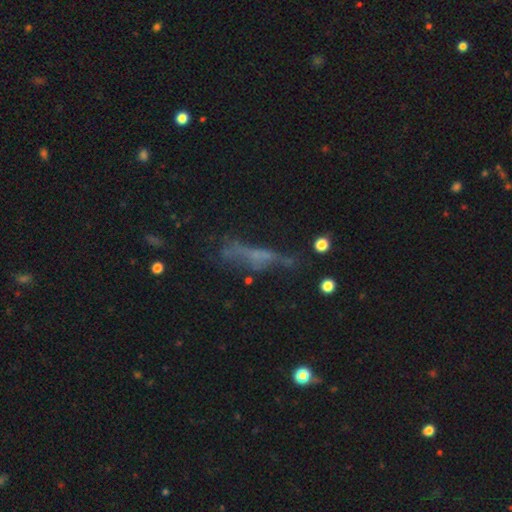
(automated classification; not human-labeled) Overall: featured or disk (42%; smooth 35%). Merging: none (46%; major disturbance 25%).